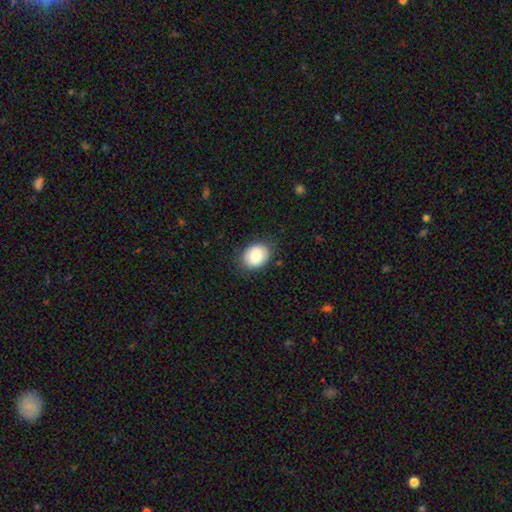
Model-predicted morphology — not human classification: smooth-or-featured: smooth: 89% | star or artifact: 7% | featured or disk: 5%
  how-rounded: in between: 63% | round: 36% | cigar-shaped: 1%
  merging: none: 83% | minor disturbance: 13% | major disturbance: 3% | merger: 1%